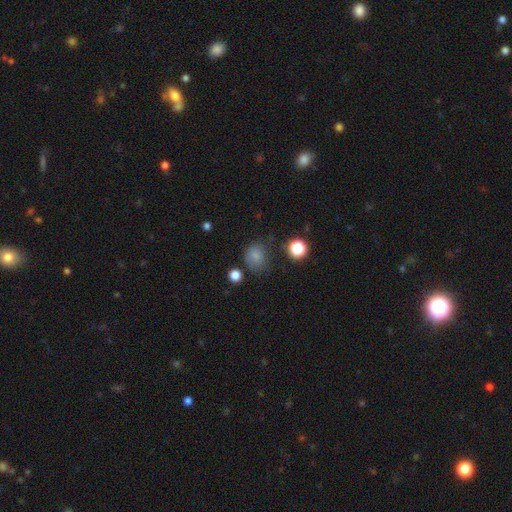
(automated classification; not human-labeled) Q: Smooth or featured?
A: smooth (79%); runner-up: star or artifact (15%)
Q: How rounded?
A: round (64%); runner-up: in between (35%)
Q: Merging?
A: none (62%); runner-up: minor disturbance (24%)